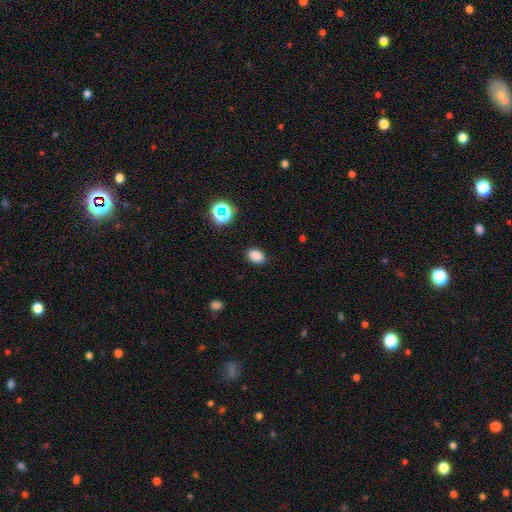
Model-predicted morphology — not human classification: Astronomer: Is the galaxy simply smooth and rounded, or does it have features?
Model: smooth — 83%.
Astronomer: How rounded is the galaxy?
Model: in between — 79%.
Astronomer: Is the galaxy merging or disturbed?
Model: none — 87%.